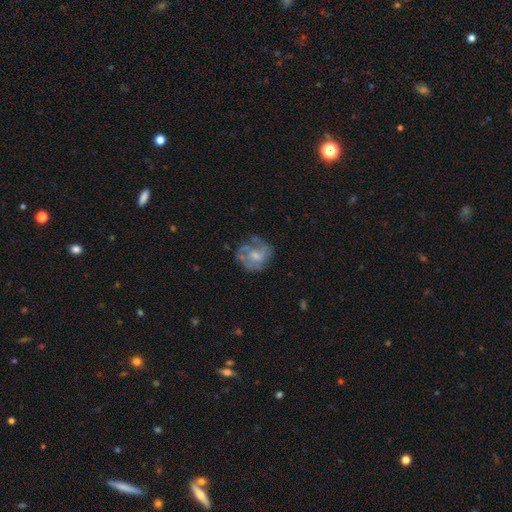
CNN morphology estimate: A featured or disk galaxy (56%) with no bar (70%), spiral arms (59%) and a moderate central bulge (41%). Merging: none (55%).